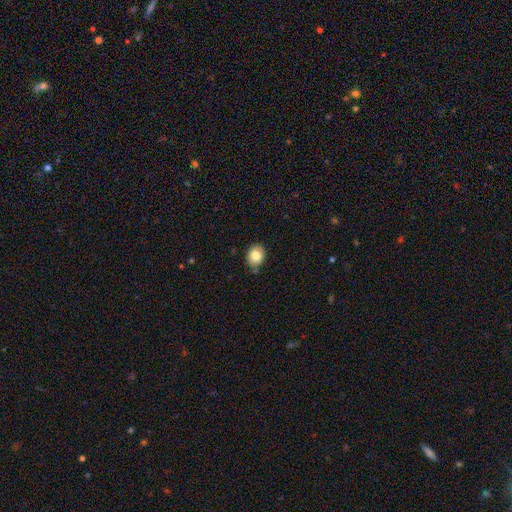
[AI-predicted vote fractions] Q: Smooth or featured?
A: smooth (83%); runner-up: star or artifact (9%)
Q: How rounded?
A: round (56%); runner-up: in between (43%)
Q: Merging?
A: none (75%); runner-up: minor disturbance (19%)